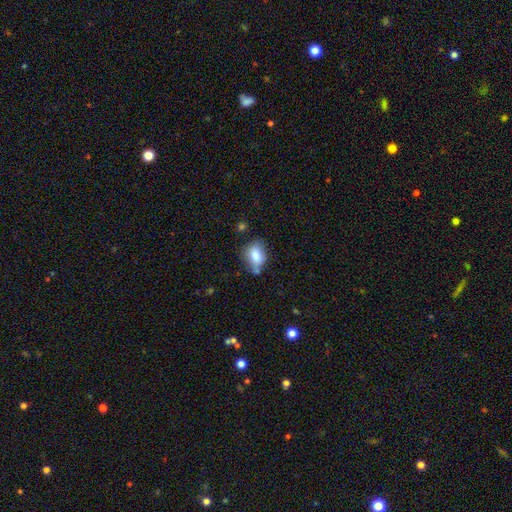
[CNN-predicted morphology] This is clearly a smooth galaxy (80%). How rounded: likely in between (67%). Merging: possibly none (54%).